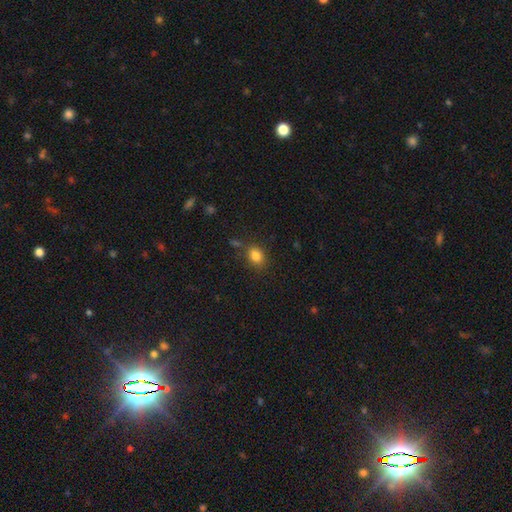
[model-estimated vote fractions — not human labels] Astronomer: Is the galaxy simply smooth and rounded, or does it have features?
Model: smooth — 83%.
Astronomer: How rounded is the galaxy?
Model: in between — 62% (runner-up: round, 37%).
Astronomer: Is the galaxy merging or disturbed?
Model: none — 74%.